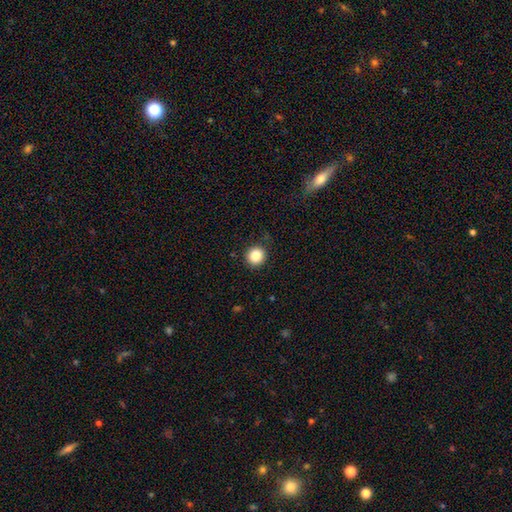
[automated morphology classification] Smooth or featured? Predicted: smooth (p=0.85). How rounded? Predicted: round (p=0.92). Merging? Predicted: none (p=0.90).